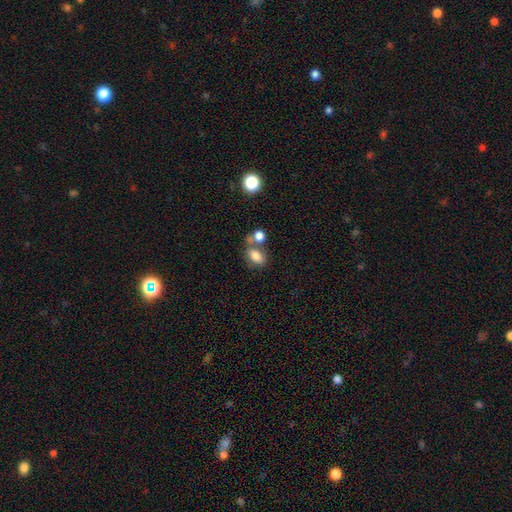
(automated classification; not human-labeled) This appears to be a smooth galaxy with no disk features (79%) that is in between round and cigar-shaped (81%). Merging: none (42%).